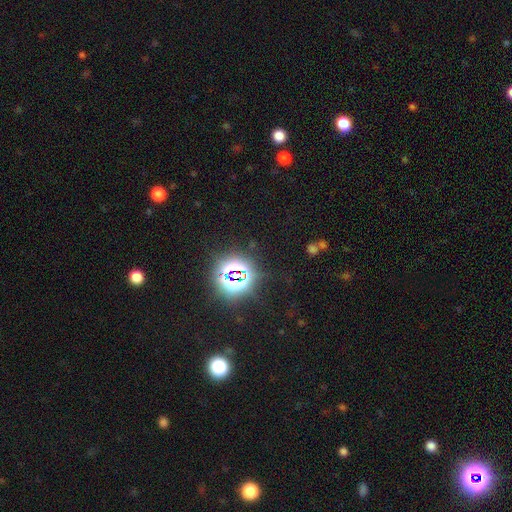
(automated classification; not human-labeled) This is clearly a star or artifact rather than a galaxy (82%).